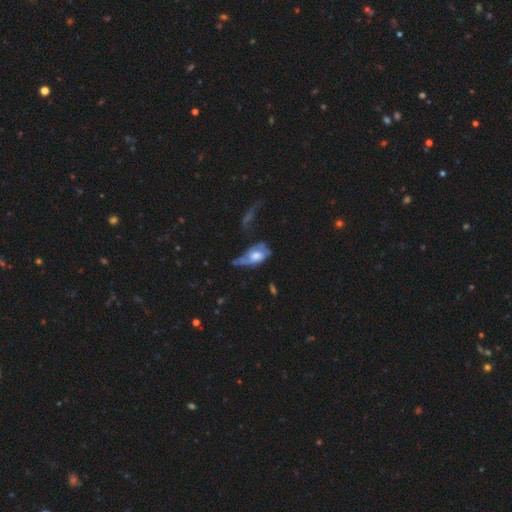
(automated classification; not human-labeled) A featured or disk galaxy (56%) with no bar (72%), spiral arms (62%) and a moderate central bulge (52%). Merging: major disturbance (41%).